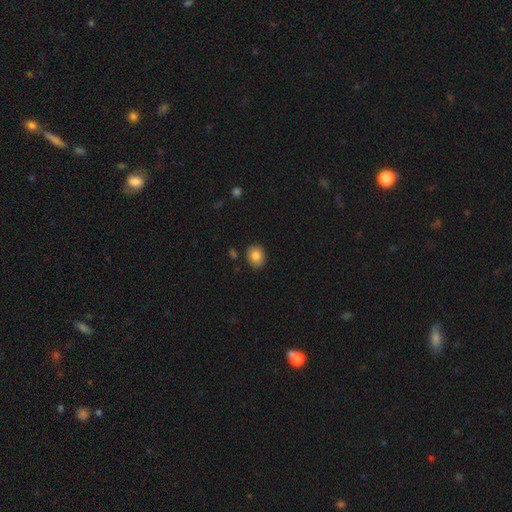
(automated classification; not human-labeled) This is clearly a smooth galaxy (85%). How rounded: possibly round (52%). Merging: clearly none (87%).